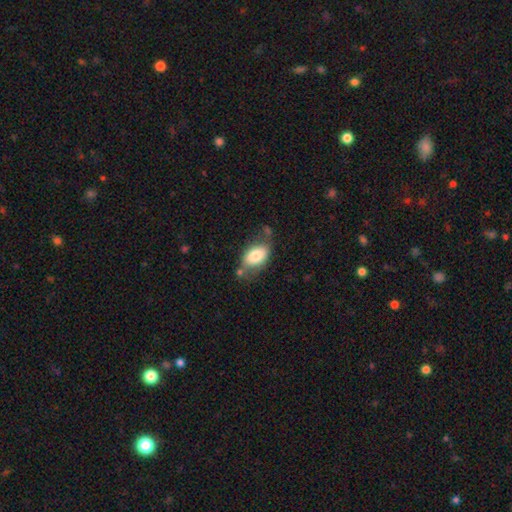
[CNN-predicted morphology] A smooth galaxy with no disk features (78%) that is in between round and cigar-shaped (91%). Merging: none (59%).